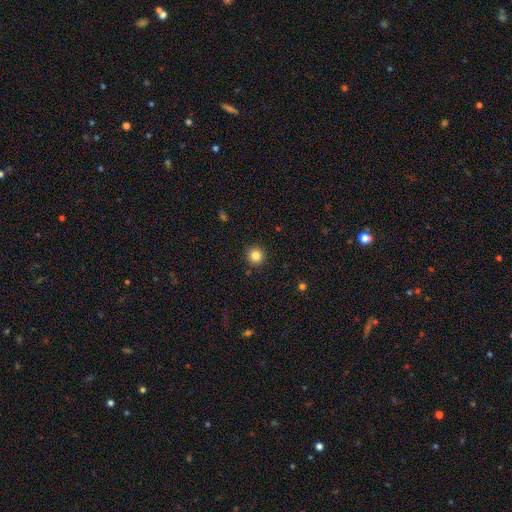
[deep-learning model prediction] This appears to be a smooth galaxy with no disk features (84%) that is round (94%). Merging: none (92%).